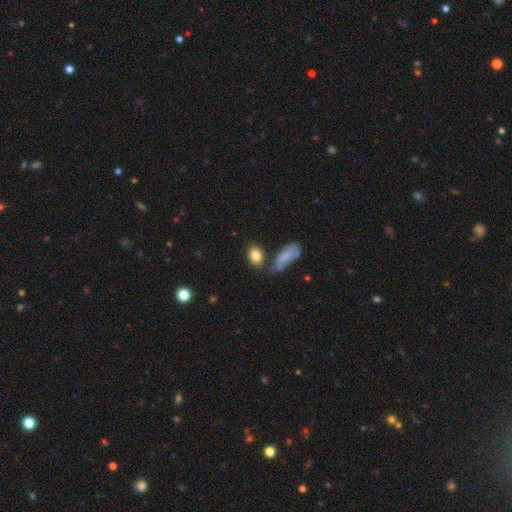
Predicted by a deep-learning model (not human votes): Smooth or featured?
  - smooth: 84% *
  - featured or disk: 8%
  - star or artifact: 8%
How rounded?
  - in between: 80% *
  - round: 16%
  - cigar-shaped: 4%
Merging?
  - none: 69% *
  - minor disturbance: 14%
  - merger: 13%
  - major disturbance: 4%